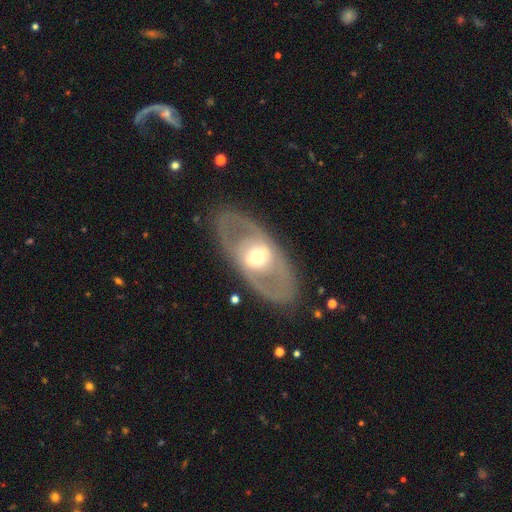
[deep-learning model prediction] This is likely a featured or disk galaxy (71%). It is clearly not viewed edge-on (88%). Bar: possibly no (54%). Spiral arm pattern: likely no (65%). Central bulge: likely moderate (61%). Merging: clearly none (82%).